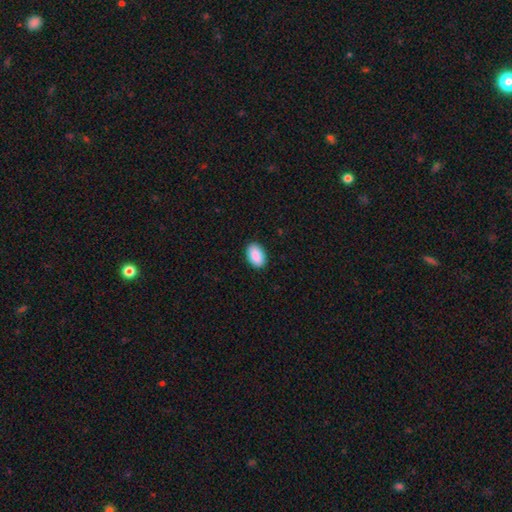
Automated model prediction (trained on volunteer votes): This appears to be a smooth galaxy with no disk features (91%) that is in between round and cigar-shaped (93%). Merging: none (90%).